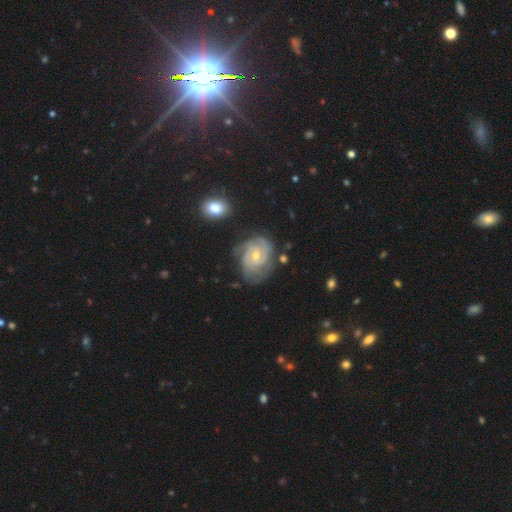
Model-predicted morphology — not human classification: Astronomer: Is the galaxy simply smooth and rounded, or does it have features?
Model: featured or disk — 87%.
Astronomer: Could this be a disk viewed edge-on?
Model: no — 97%.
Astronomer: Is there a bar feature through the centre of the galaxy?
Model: no — 62%.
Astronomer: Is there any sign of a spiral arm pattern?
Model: yes — 97%.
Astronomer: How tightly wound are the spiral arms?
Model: tight — 70%.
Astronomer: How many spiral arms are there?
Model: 3 — 34% (runner-up: 2, 28%).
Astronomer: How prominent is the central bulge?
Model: small — 51% (runner-up: moderate, 46%).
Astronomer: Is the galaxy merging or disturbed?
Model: none — 70%.